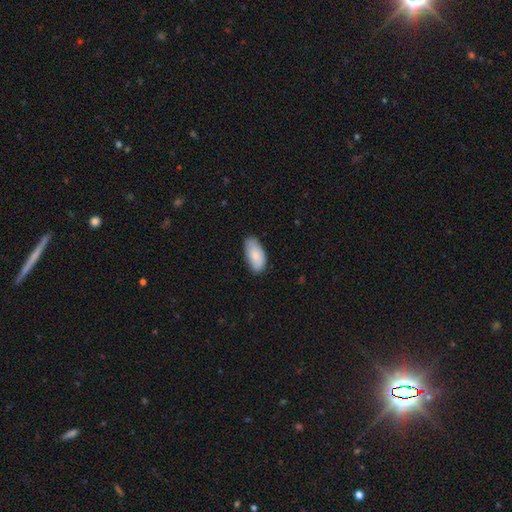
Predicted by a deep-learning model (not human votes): Smooth or featured: smooth — 83% (featured or disk — 11%)
How rounded: in between — 94% (cigar-shaped — 4%)
Merging: none — 74% (minor disturbance — 22%)